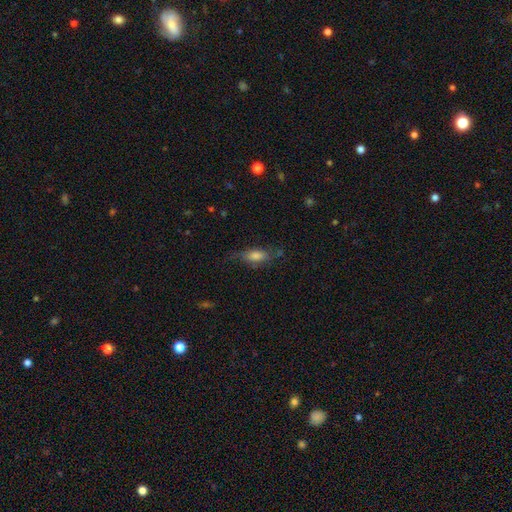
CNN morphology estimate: Smooth or featured? Predicted: smooth (p=0.60). How rounded? Predicted: in between (p=0.66). Merging? Predicted: none (p=0.58).